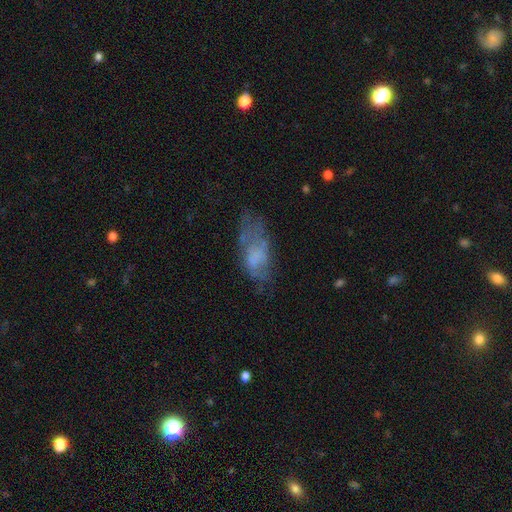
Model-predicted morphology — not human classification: Smooth or featured? Predicted: smooth (p=0.50). How rounded? Predicted: in between (p=0.82). Merging? Predicted: none (p=0.46).